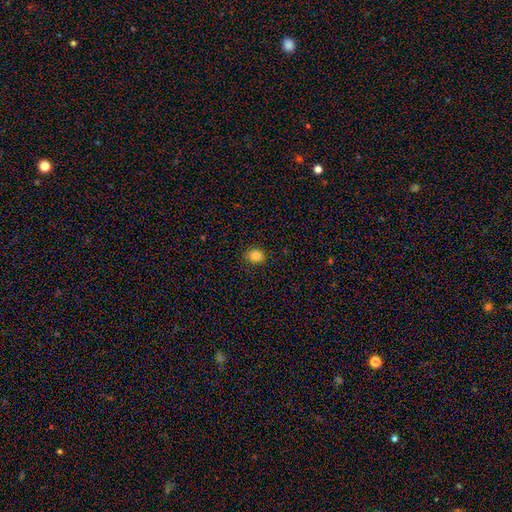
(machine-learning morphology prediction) Smooth or featured?
  - smooth: 85% *
  - star or artifact: 11%
  - featured or disk: 4%
How rounded?
  - round: 52% *
  - in between: 47%
  - cigar-shaped: 1%
Merging?
  - none: 85% *
  - minor disturbance: 11%
  - major disturbance: 3%
  - merger: 1%